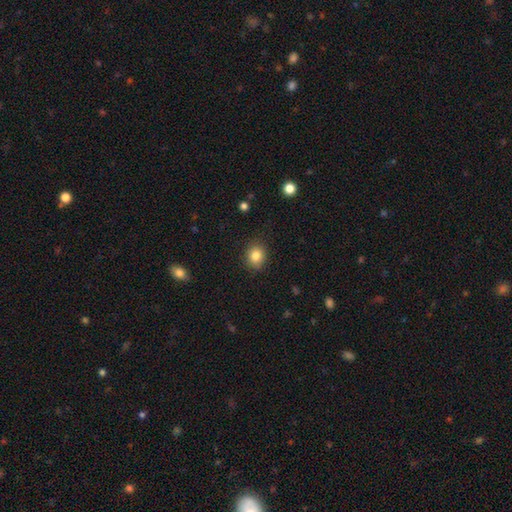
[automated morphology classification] The model was most divided on "how rounded": round: 74%, in between: 25%, cigar-shaped: 1%. More confident: merging — none (87%); smooth or featured — smooth (84%).